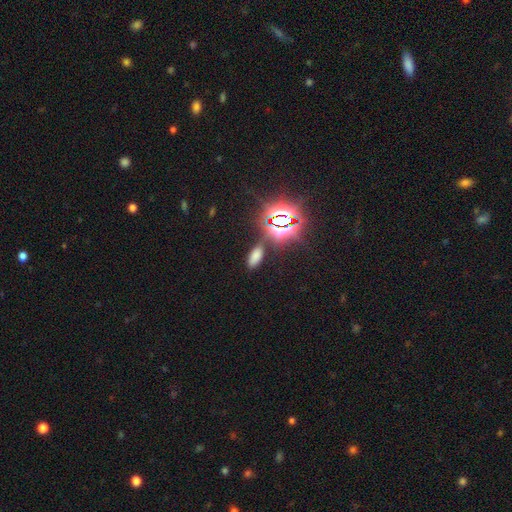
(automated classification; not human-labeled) Smooth or featured?
  - smooth: 60% *
  - star or artifact: 34%
  - featured or disk: 7%
How rounded?
  - in between: 85% *
  - cigar-shaped: 11%
  - round: 4%
Merging?
  - none: 80% *
  - minor disturbance: 11%
  - merger: 5%
  - major disturbance: 4%